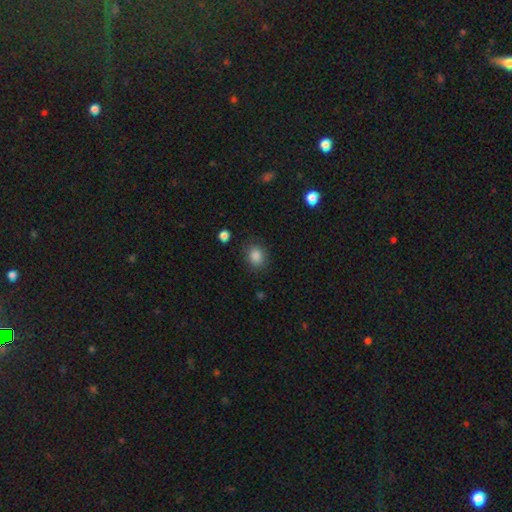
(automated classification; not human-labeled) Smooth or featured?
  - smooth: 86% *
  - star or artifact: 10%
  - featured or disk: 4%
How rounded?
  - round: 59% *
  - in between: 40%
  - cigar-shaped: 1%
Merging?
  - none: 83% *
  - minor disturbance: 12%
  - major disturbance: 4%
  - merger: 2%